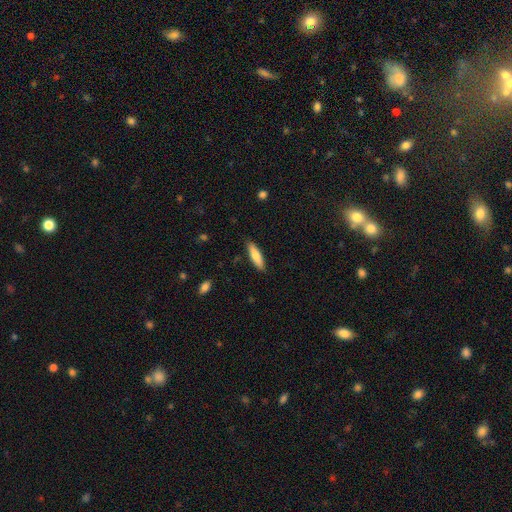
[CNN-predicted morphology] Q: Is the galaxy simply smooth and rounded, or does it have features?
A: smooth — 79%.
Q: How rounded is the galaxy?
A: cigar-shaped — 66%.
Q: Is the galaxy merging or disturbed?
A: none — 87%.